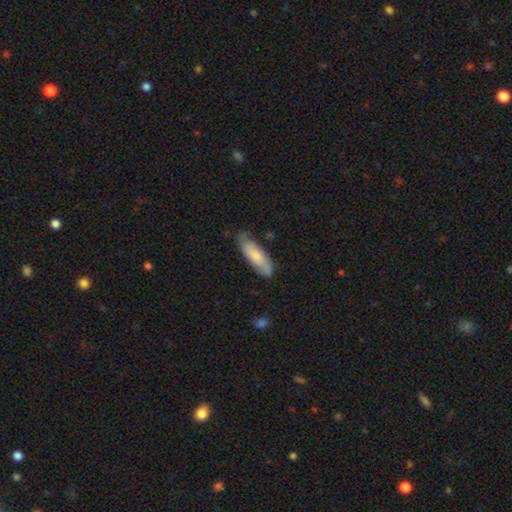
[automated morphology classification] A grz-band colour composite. It shows a smooth galaxy with no disk features (68%) that is cigar-shaped (52%). Merging: none (71%).